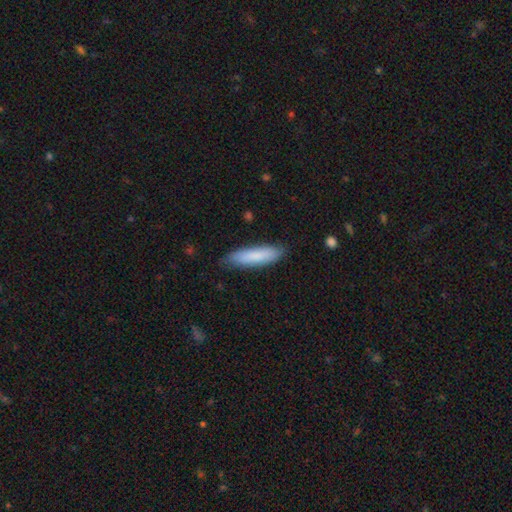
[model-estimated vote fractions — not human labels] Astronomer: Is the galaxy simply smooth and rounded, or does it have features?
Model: smooth — 82%.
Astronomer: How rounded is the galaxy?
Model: cigar-shaped — 76%.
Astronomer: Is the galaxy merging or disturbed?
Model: none — 83%.